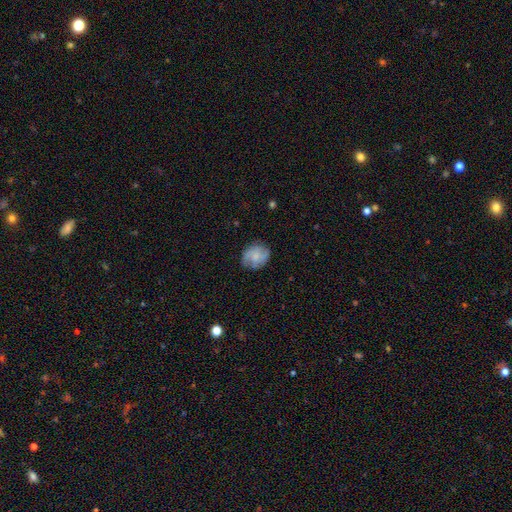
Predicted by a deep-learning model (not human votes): This appears to be a smooth galaxy with no disk features (48%). Merging: none (71%).